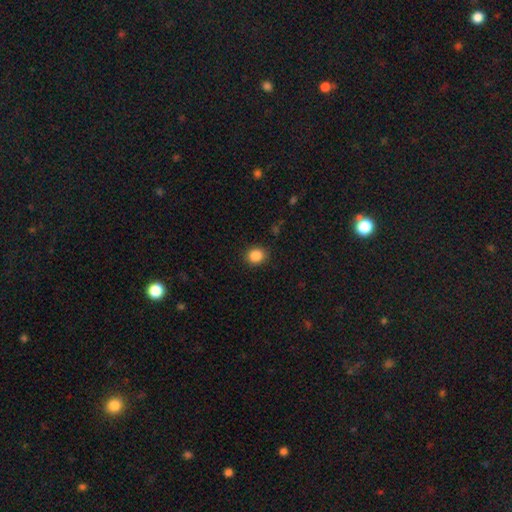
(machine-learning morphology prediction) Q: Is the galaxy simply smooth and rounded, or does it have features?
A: smooth — 87%.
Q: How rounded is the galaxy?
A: round — 78%.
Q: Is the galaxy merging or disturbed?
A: none — 89%.